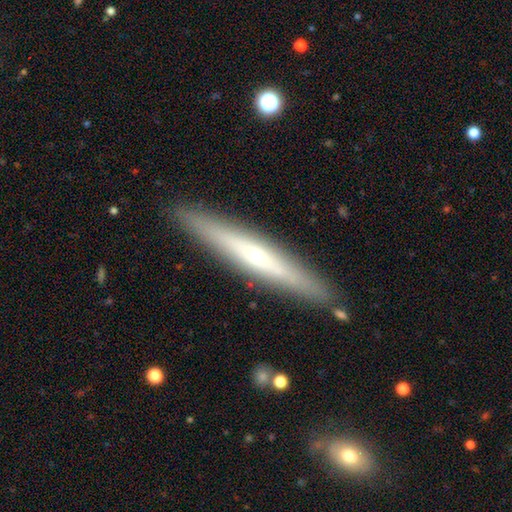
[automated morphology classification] A featured or disk galaxy (59%) viewed edge-on (93%) with a rounded central bulge (68%).

Vote fractions:
- Smooth or featured? featured or disk: 59% / smooth: 35% / star or artifact: 6%
- Edge-on disk? yes: 93% / no: 7%
- Edge-on bulge? rounded: 68% / none: 28% / boxy: 4%
- Merging? none: 90% / minor disturbance: 7% / major disturbance: 1% / merger: 1%